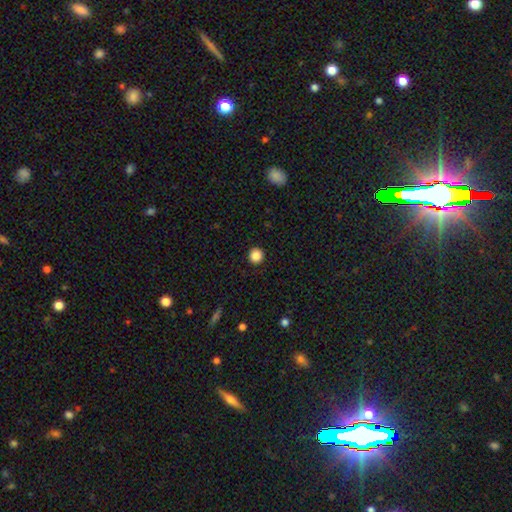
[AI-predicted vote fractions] Smooth or featured? Predicted: smooth (p=0.87). How rounded? Predicted: round (p=0.96). Merging? Predicted: none (p=0.93).